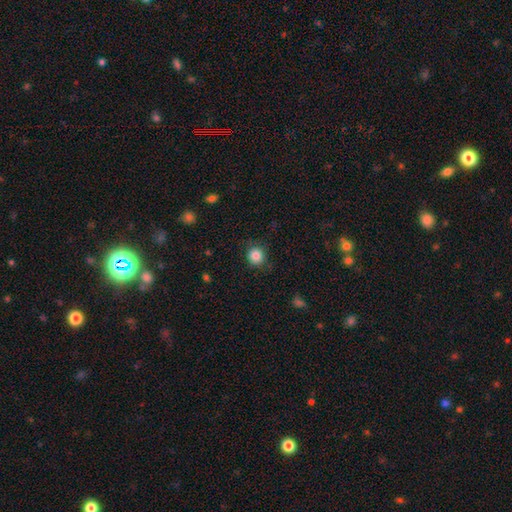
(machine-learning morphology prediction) smooth_or_featured: smooth (p=0.85) [alt: star or artifact p=0.10]
how_rounded: round (p=0.92) [alt: in between p=0.07]
merging: none (p=0.86) [alt: minor disturbance p=0.10]